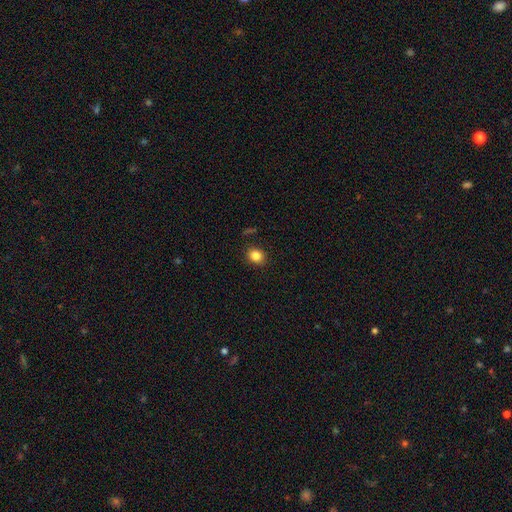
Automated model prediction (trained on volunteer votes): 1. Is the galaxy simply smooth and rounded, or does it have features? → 84% smooth, 11% star or artifact, 5% featured or disk.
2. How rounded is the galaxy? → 68% round, 31% in between, 1% cigar-shaped.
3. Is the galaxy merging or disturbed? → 88% none, 8% minor disturbance, 2% major disturbance, 1% merger.